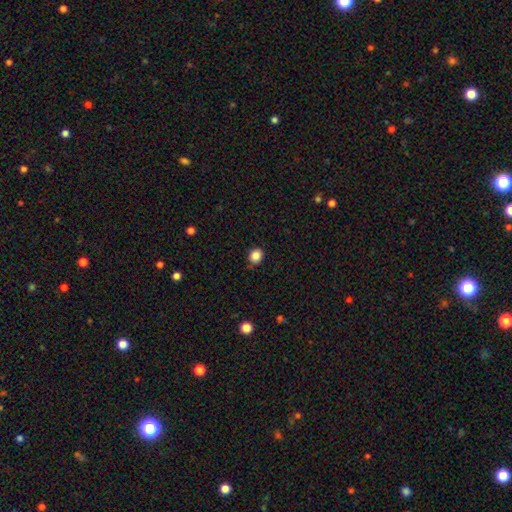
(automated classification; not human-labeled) Smooth or featured? smooth (85%)
How rounded? round (78%)
Merging? none (84%)